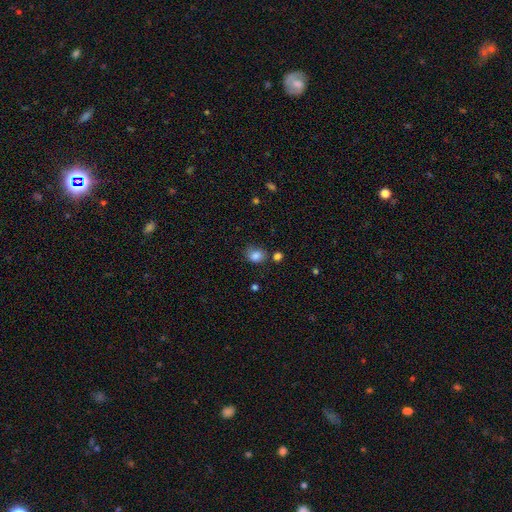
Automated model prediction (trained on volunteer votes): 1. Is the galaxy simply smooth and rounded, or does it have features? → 84% smooth, 10% star or artifact, 6% featured or disk.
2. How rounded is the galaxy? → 54% in between, 45% round, 1% cigar-shaped.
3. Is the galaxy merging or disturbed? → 62% none, 24% minor disturbance, 7% merger, 7% major disturbance.